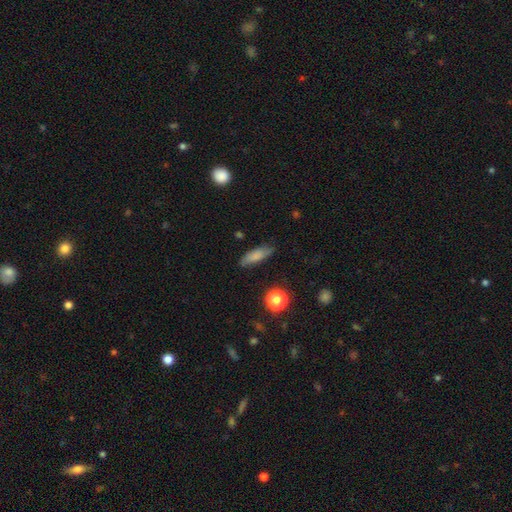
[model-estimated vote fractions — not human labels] smooth 75%, featured or disk 15%, star or artifact 10%. Down the decision tree: how rounded — in between (55%); merging — none (76%).